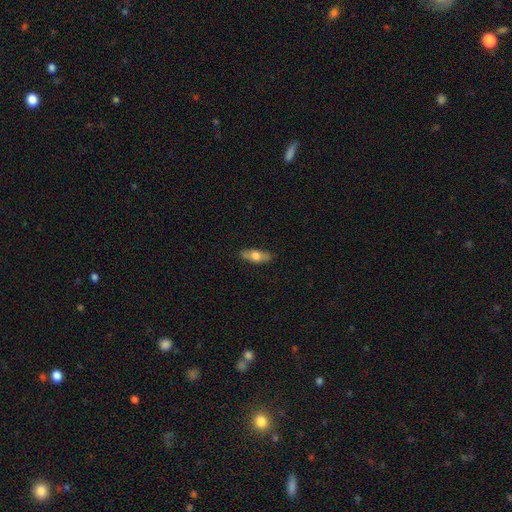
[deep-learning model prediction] Smooth or featured? smooth (61%)
How rounded? in between (66%)
Merging? none (84%)